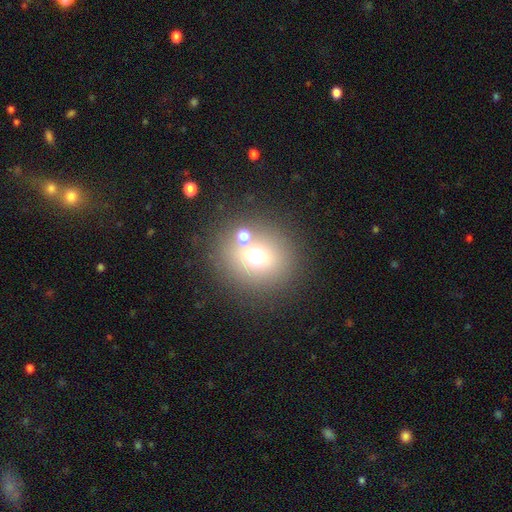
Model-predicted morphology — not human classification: A smooth galaxy with no disk features (64%) that is round (74%).

Vote fractions:
- Smooth or featured? smooth: 64% / star or artifact: 20% / featured or disk: 16%
- How rounded? round: 74% / in between: 25% / cigar-shaped: 1%
- Merging? none: 68% / merger: 18% / minor disturbance: 9% / major disturbance: 5%